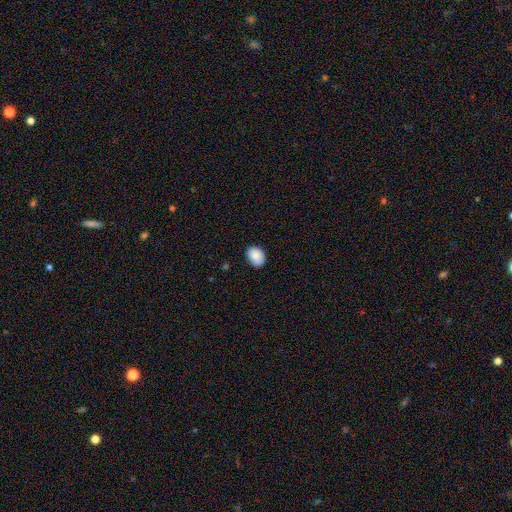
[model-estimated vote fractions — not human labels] This appears to be a smooth galaxy with no disk features (86%) that is in between round and cigar-shaped (59%). Merging: none (79%).